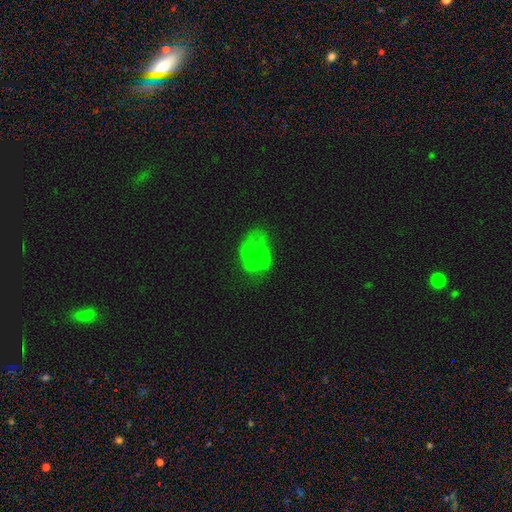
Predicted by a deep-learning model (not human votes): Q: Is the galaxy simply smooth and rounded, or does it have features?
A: featured or disk — 45%.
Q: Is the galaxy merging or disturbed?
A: none — 38%.